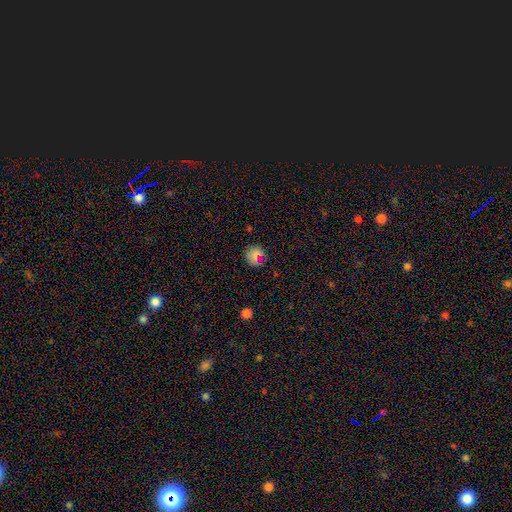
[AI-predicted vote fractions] Overall: smooth (76%). How rounded: round (87%). Merging: none (78%).